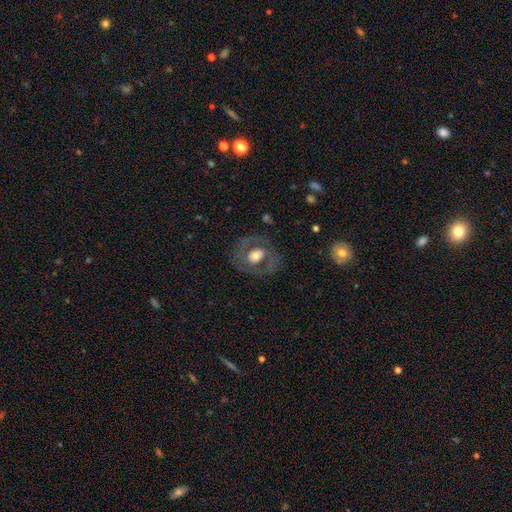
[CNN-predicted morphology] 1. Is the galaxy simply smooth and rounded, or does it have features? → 50% featured or disk, 42% smooth, 7% star or artifact.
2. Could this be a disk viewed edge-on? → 94% no, 6% yes.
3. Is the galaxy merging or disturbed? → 74% none, 14% minor disturbance, 10% major disturbance, 1% merger.